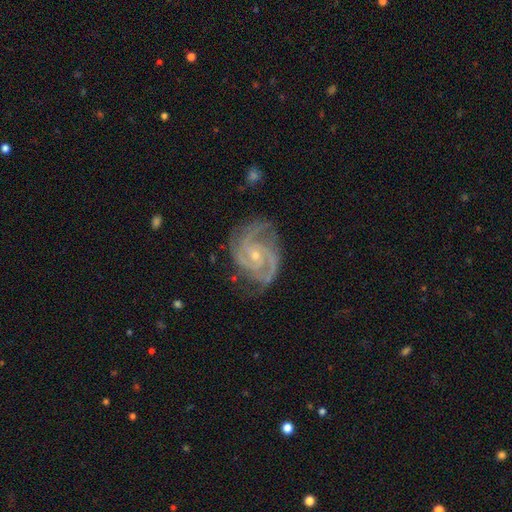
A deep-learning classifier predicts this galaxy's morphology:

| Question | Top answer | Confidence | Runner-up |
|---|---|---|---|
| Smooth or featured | featured or disk | 93% | star or artifact (4%) |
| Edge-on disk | no | 98% | yes (2%) |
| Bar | no | 59% | weak (31%) |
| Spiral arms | yes | 99% | no (1%) |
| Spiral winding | tight | 51% | medium (43%) |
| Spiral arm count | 2 | 41% | 3 (38%) |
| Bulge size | small | 65% | moderate (32%) |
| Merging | none | 71% | minor disturbance (20%) |